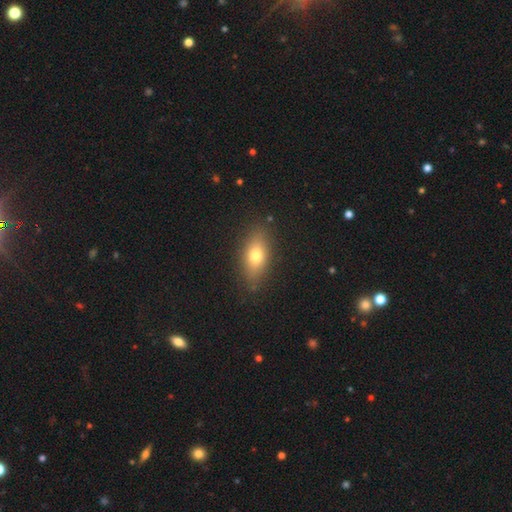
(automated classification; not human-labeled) smooth_or_featured: smooth (p=0.72) [alt: featured or disk p=0.19]
how_rounded: in between (p=0.77) [alt: cigar-shaped p=0.15]
merging: none (p=0.84) [alt: minor disturbance p=0.11]